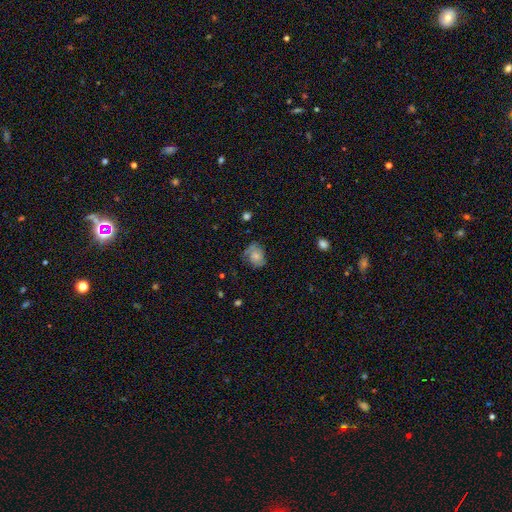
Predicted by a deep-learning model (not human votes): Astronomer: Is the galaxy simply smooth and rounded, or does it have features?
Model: featured or disk — 46% (runner-up: smooth, 44%).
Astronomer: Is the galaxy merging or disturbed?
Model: none — 60%.